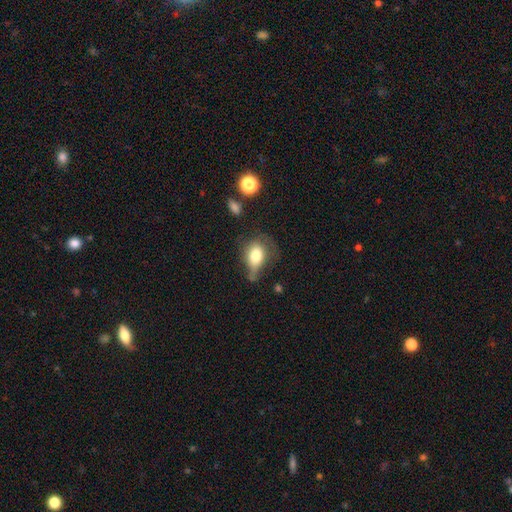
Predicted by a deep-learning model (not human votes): A smooth galaxy with no disk features (74%) that is in between round and cigar-shaped (70%).

Vote fractions:
- Smooth or featured? smooth: 74% / featured or disk: 17% / star or artifact: 9%
- How rounded? in between: 70% / round: 27% / cigar-shaped: 3%
- Merging? minor disturbance: 35% / none: 33% / major disturbance: 25% / merger: 7%